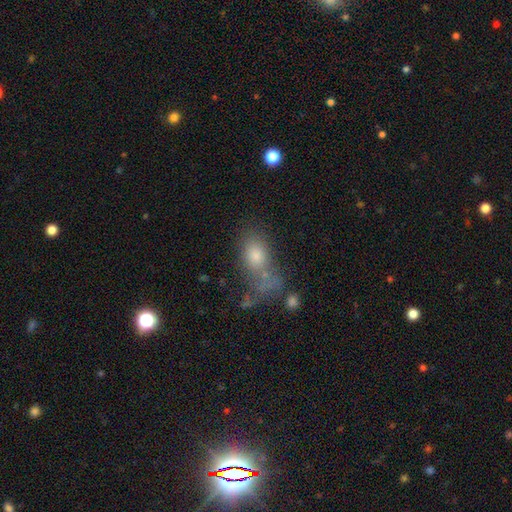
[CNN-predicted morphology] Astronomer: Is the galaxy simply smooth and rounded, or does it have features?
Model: smooth — 72%.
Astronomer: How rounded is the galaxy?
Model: in between — 77%.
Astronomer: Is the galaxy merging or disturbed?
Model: none — 36% (runner-up: merger, 26%).